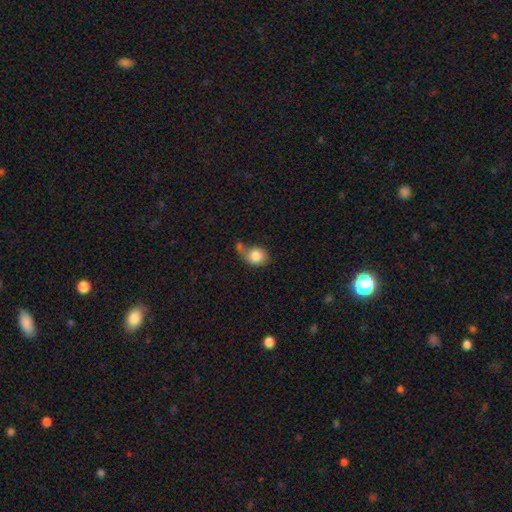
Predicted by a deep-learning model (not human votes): Morphology: type=smooth (82%); roundness=round (59%); merging=none (39%).